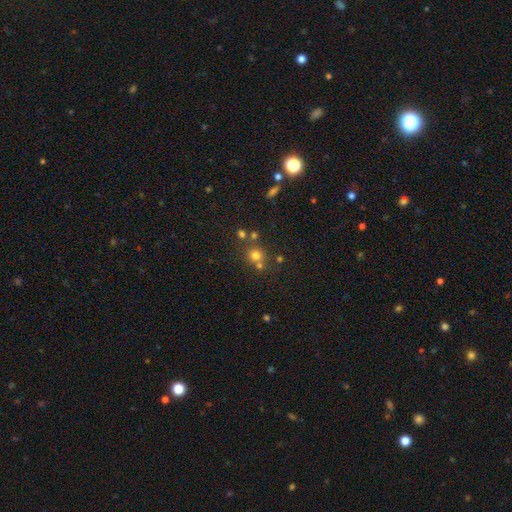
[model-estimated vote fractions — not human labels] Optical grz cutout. It shows a smooth galaxy with no disk features (69%) that is round (88%). Merging: none (64%).